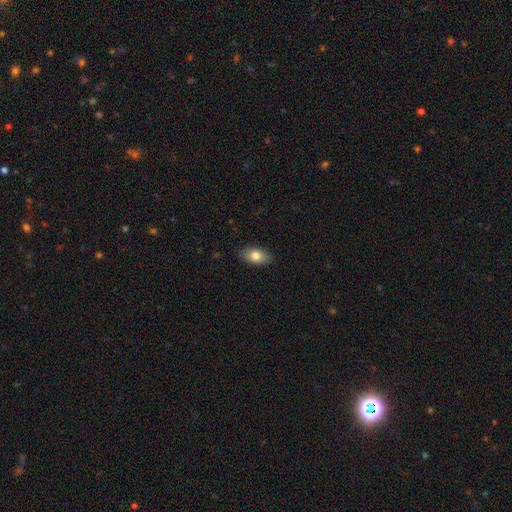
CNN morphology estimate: A smooth galaxy with no disk features (79%) that is in between round and cigar-shaped (90%). Merging: none (88%).